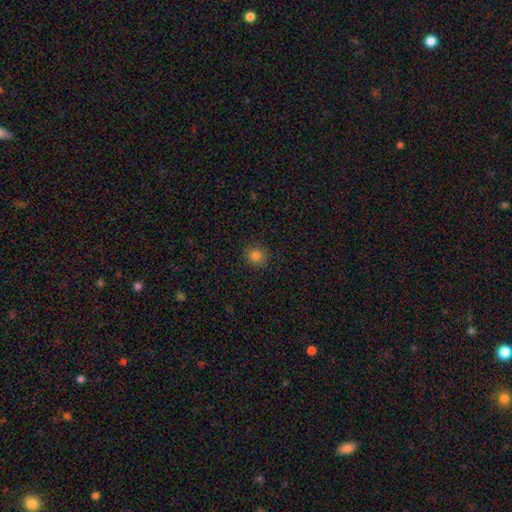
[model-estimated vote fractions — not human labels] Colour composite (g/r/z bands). It shows a smooth galaxy with no disk features (82%) that is round (77%). Merging: none (89%).